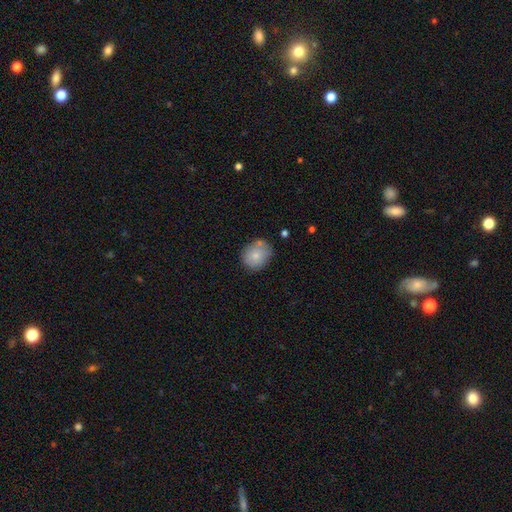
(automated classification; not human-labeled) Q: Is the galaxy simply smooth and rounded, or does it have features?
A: smooth — 78%.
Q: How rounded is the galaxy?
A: round — 64%.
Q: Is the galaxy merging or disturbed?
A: none — 67%.